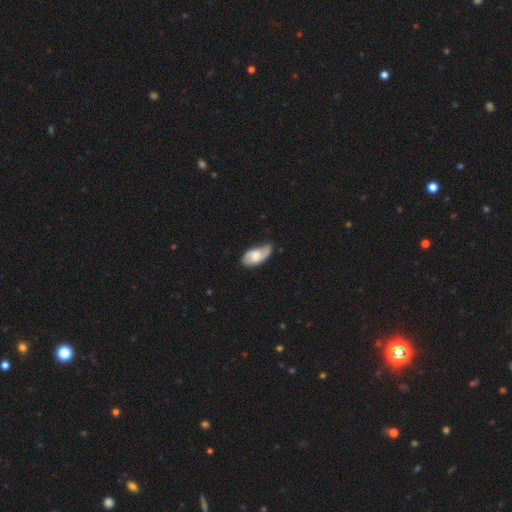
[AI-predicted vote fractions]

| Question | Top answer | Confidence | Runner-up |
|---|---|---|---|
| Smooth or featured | smooth | 54% | featured or disk (40%) |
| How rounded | in between | 93% | cigar-shaped (5%) |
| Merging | none | 43% | minor disturbance (42%) |